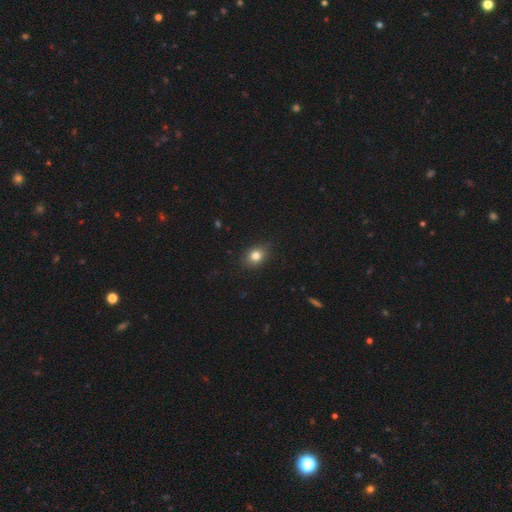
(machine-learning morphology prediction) A smooth galaxy with no disk features (80%) that is in between round and cigar-shaped (58%).

Vote fractions:
- Smooth or featured? smooth: 80% / star or artifact: 11% / featured or disk: 9%
- How rounded? in between: 58% / round: 41% / cigar-shaped: 2%
- Merging? none: 81% / minor disturbance: 15% / major disturbance: 3% / merger: 1%